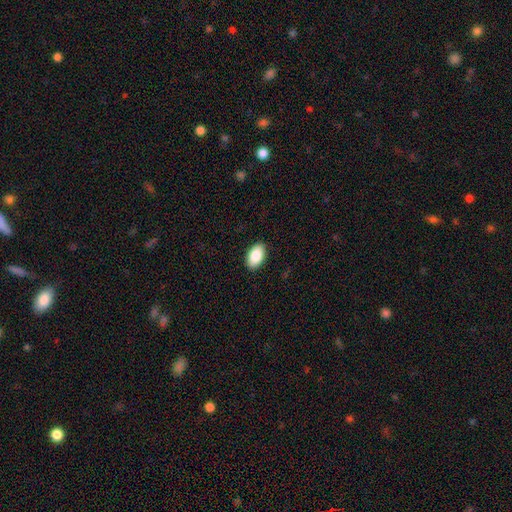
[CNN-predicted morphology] type=smooth (88%); roundness=in between (94%); merging=none (89%).